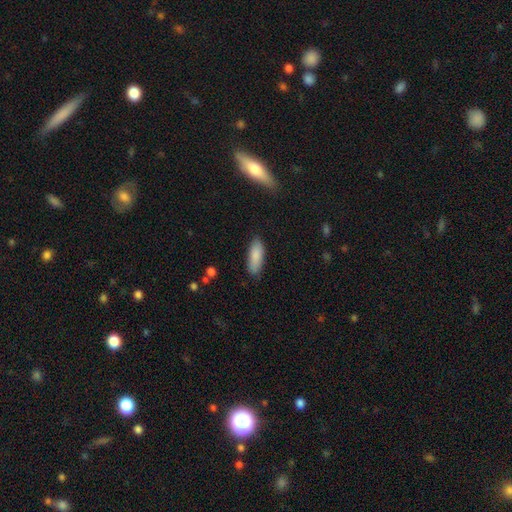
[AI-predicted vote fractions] Smooth or featured? Predicted: smooth (p=0.86). How rounded? Predicted: in between (p=0.70). Merging? Predicted: none (p=0.82).